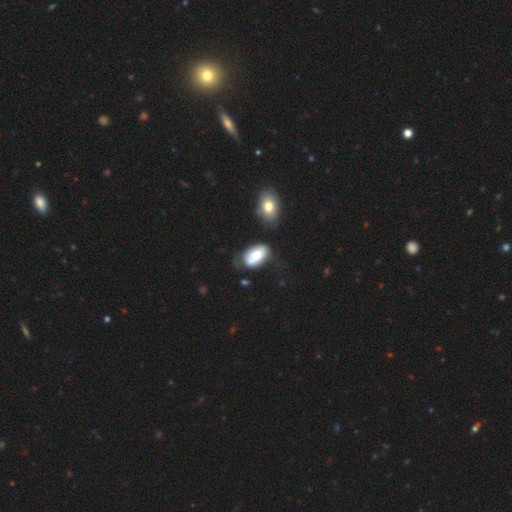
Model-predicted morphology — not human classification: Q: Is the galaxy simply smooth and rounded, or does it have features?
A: smooth — 69%.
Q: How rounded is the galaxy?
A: in between — 93%.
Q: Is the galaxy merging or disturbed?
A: none — 49%.